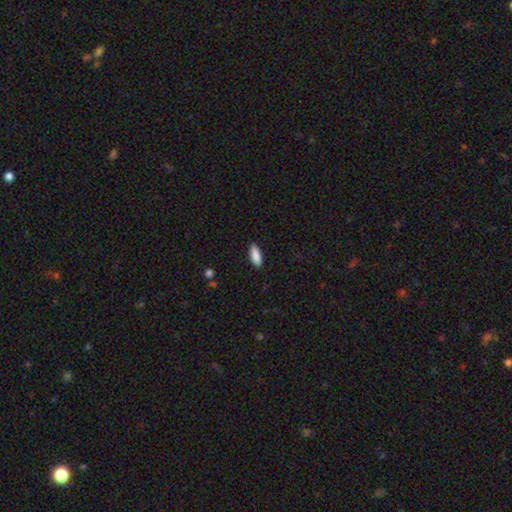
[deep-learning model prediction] Q: Smooth or featured?
A: smooth (89%); runner-up: star or artifact (6%)
Q: How rounded?
A: in between (73%); runner-up: cigar-shaped (25%)
Q: Merging?
A: none (87%); runner-up: minor disturbance (10%)